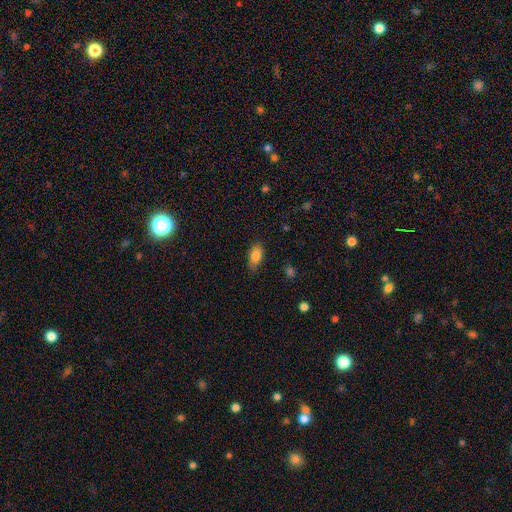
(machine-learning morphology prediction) Q: Smooth or featured?
A: smooth (84%); runner-up: star or artifact (8%)
Q: How rounded?
A: in between (88%); runner-up: cigar-shaped (6%)
Q: Merging?
A: none (78%); runner-up: minor disturbance (17%)